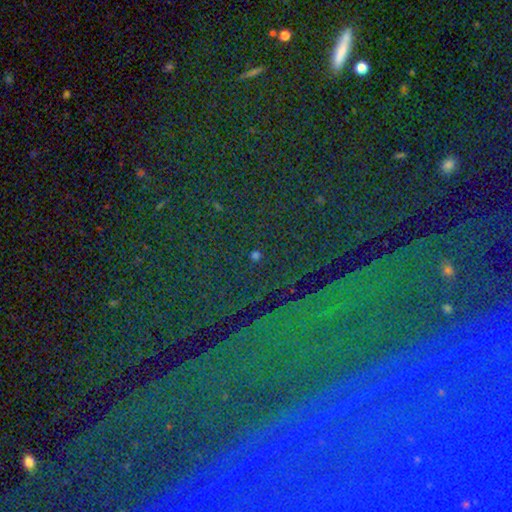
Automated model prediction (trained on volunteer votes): smooth_or_featured: star or artifact (p=0.72) [alt: smooth p=0.18]